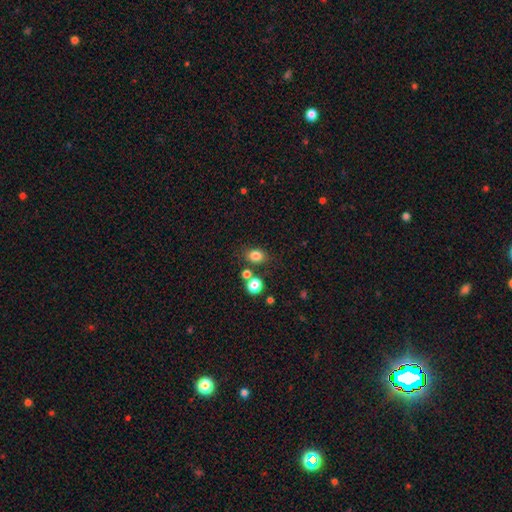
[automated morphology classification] Smooth or featured? smooth (81%)
How rounded? in between (51%)
Merging? none (73%)